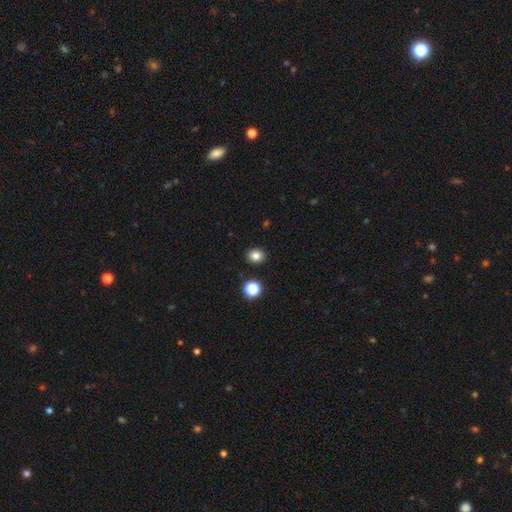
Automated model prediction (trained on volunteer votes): Morphology: type=smooth (83%); roundness=round (68%); merging=none (90%).